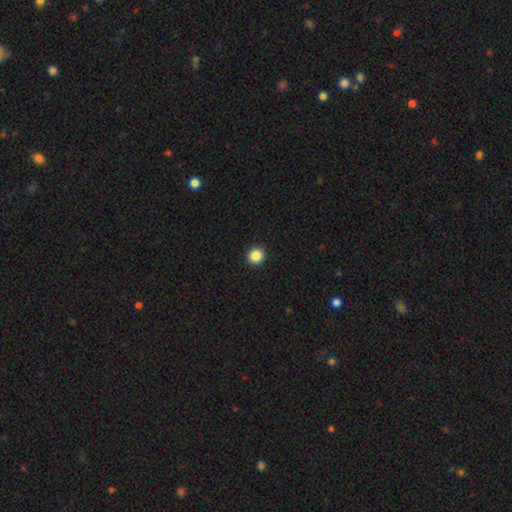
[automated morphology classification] Smooth or featured?
  - smooth: 86% *
  - star or artifact: 10%
  - featured or disk: 4%
How rounded?
  - round: 92% *
  - in between: 7%
  - cigar-shaped: 1%
Merging?
  - none: 93% *
  - minor disturbance: 4%
  - major disturbance: 1%
  - merger: 1%